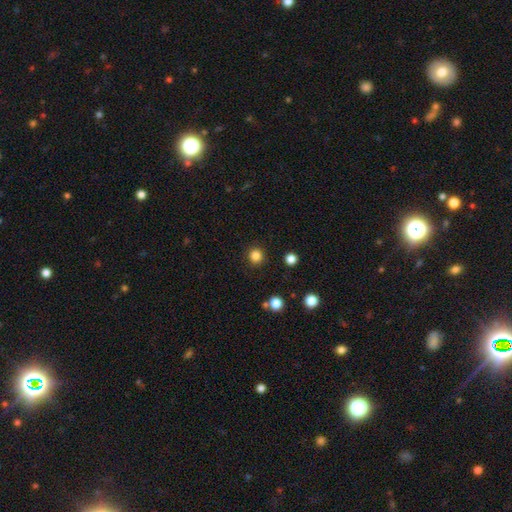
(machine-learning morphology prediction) This appears to be a smooth galaxy with no disk features (84%) that is round (94%). Merging: none (91%).